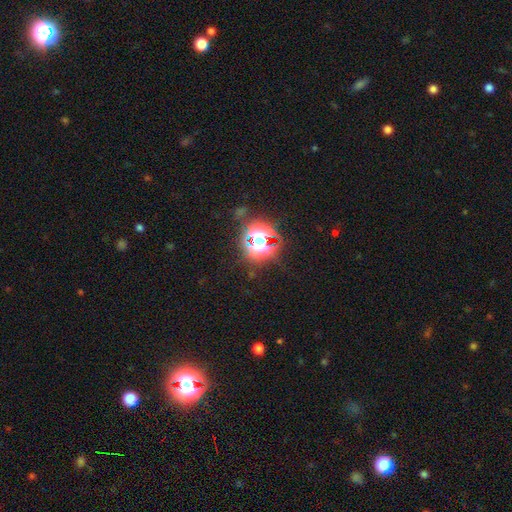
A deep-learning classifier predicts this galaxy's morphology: This is clearly a star or artifact rather than a galaxy (80%).